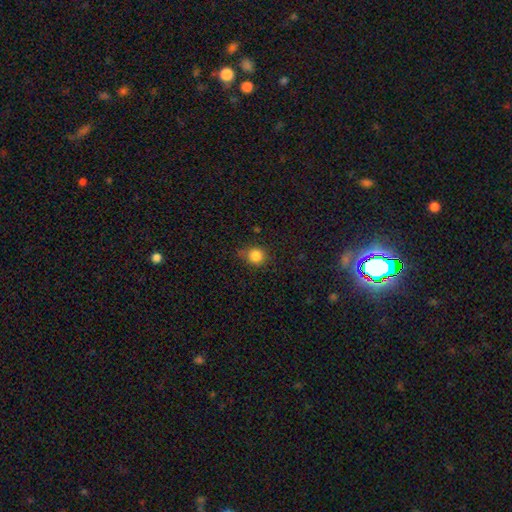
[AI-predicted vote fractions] Smooth or featured?
  - smooth: 84% *
  - star or artifact: 11%
  - featured or disk: 4%
How rounded?
  - round: 87% *
  - in between: 12%
  - cigar-shaped: 1%
Merging?
  - none: 75% *
  - minor disturbance: 19%
  - major disturbance: 4%
  - merger: 2%